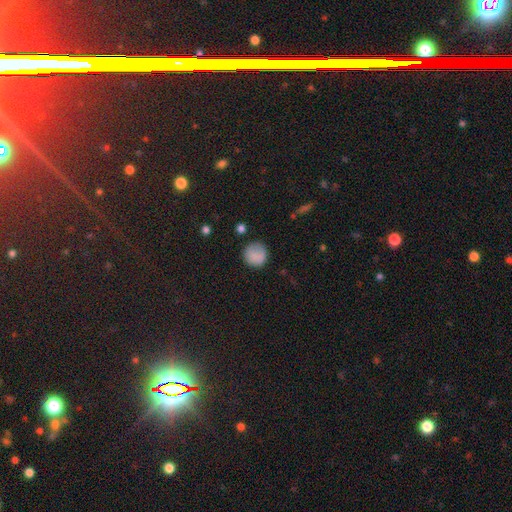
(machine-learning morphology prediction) Smooth or featured? smooth (83%)
How rounded? round (93%)
Merging? none (81%)